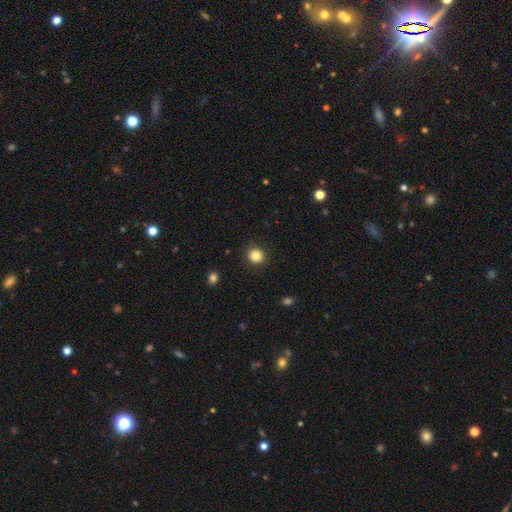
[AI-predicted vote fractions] Q: Smooth or featured?
A: smooth (84%); runner-up: star or artifact (11%)
Q: How rounded?
A: round (88%); runner-up: in between (11%)
Q: Merging?
A: none (91%); runner-up: minor disturbance (6%)